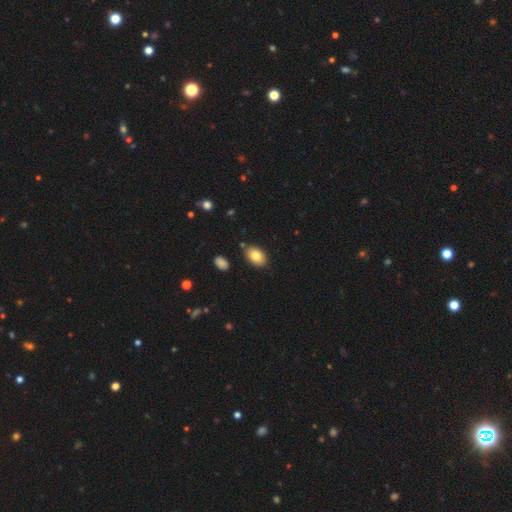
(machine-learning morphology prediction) A smooth galaxy with no disk features (82%) that is in between round and cigar-shaped (87%). Merging: none (84%).